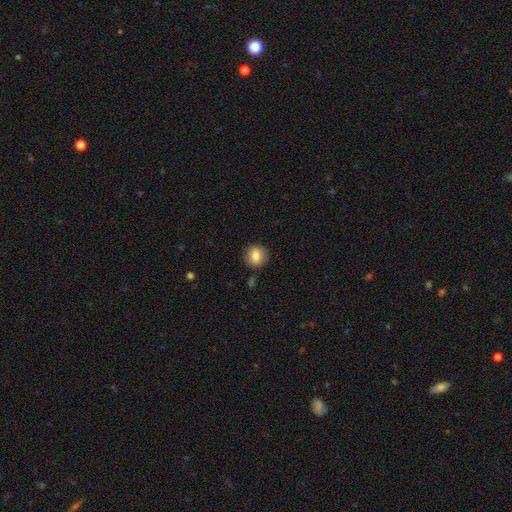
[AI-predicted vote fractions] Morphology: type=smooth (80%); roundness=round (80%); merging=none (85%).